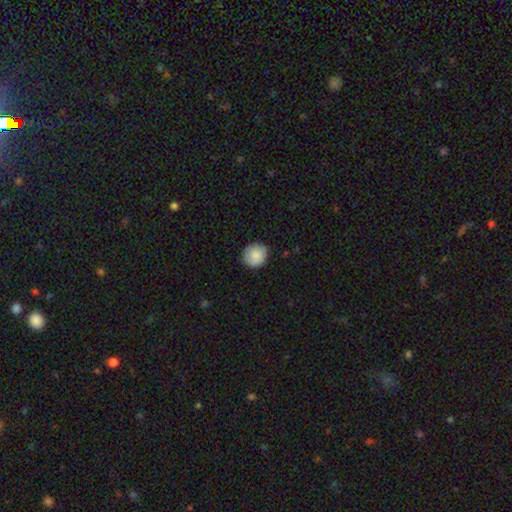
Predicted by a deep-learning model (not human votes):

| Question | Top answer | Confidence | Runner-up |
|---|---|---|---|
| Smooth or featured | smooth | 88% | star or artifact (7%) |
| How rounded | round | 87% | in between (12%) |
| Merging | none | 87% | minor disturbance (10%) |